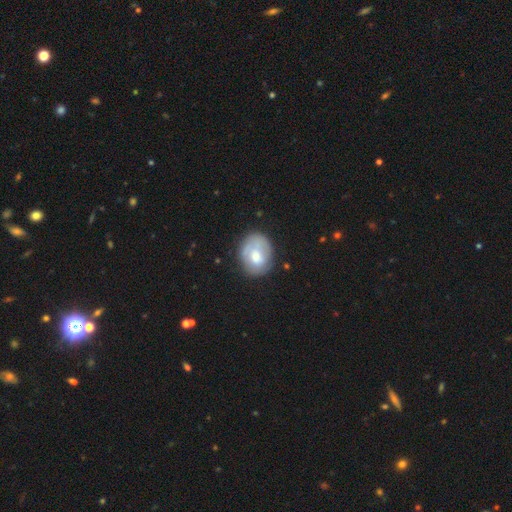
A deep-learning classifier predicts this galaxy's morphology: Overall: smooth (59%; featured or disk 34%). How rounded: round (53%; in between 46%). Merging: none (65%).